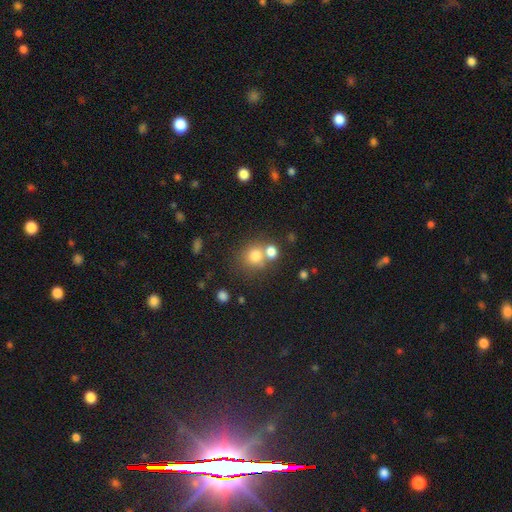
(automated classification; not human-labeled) smooth 76%, star or artifact 13%, featured or disk 10%. Down the decision tree: how rounded — round (83%); merging — none (51%).